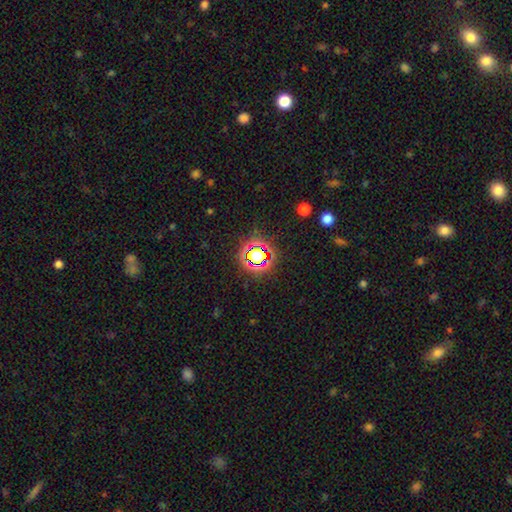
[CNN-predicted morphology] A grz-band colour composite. It shows a star or artifact, not a galaxy (66%).